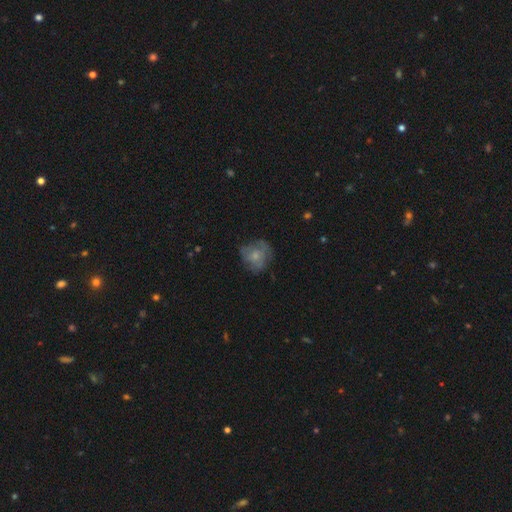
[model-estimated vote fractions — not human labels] smooth-or-featured: smooth: 56% | featured or disk: 34% | star or artifact: 9%
  how-rounded: round: 72% | in between: 27% | cigar-shaped: 1%
  merging: none: 56% | minor disturbance: 26% | major disturbance: 16% | merger: 2%